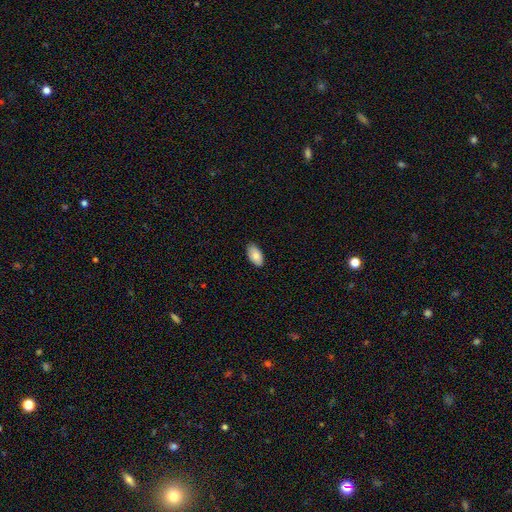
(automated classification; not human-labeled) smooth 84%, featured or disk 10%, star or artifact 6%. Down the decision tree: how rounded — in between (95%); merging — none (86%).